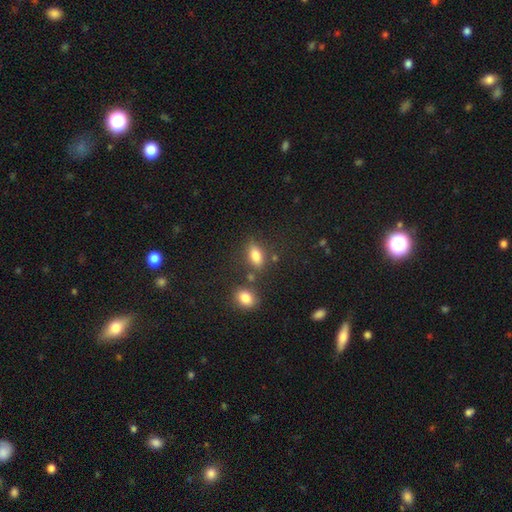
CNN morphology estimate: Smooth or featured?
  - smooth: 81% *
  - star or artifact: 10%
  - featured or disk: 9%
How rounded?
  - in between: 82% *
  - round: 10%
  - cigar-shaped: 9%
Merging?
  - none: 70% *
  - minor disturbance: 14%
  - merger: 12%
  - major disturbance: 5%